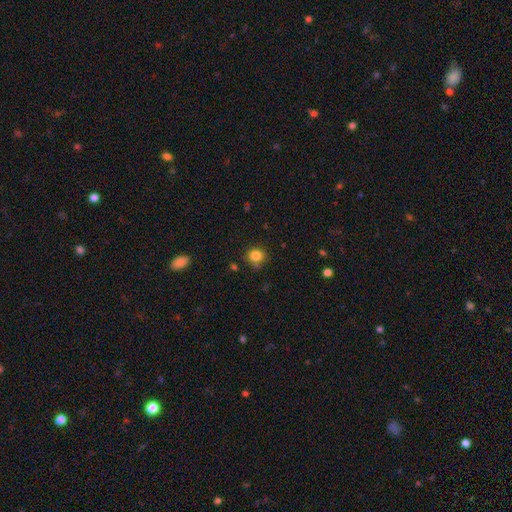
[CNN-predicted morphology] Smooth or featured: smooth — 83% (star or artifact — 12%)
How rounded: round — 88% (in between — 11%)
Merging: none — 78% (minor disturbance — 15%)